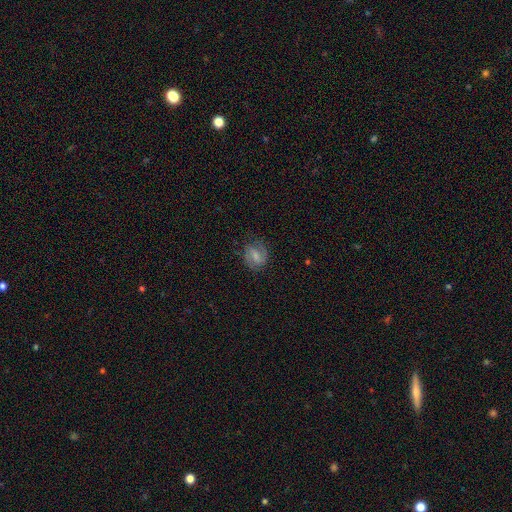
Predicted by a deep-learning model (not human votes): This is possibly a featured or disk galaxy (57%). It is clearly not viewed edge-on (97%). Bar: possibly weak (53%). Spiral arm pattern: clearly yes (88%). Central bulge: marginally small (44%). Merging: likely none (76%).